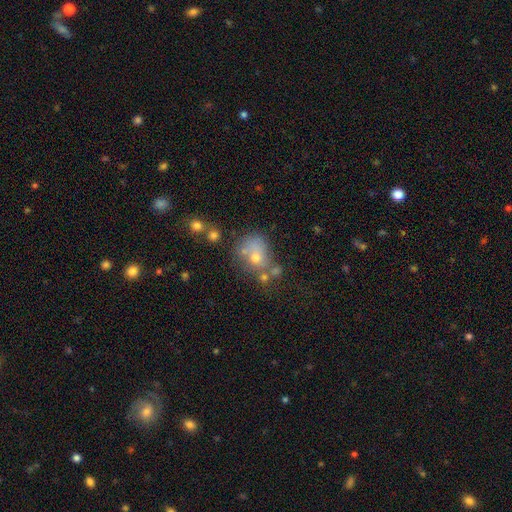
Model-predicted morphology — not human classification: type=smooth (56%); roundness=round (56%); merging=none (41%).